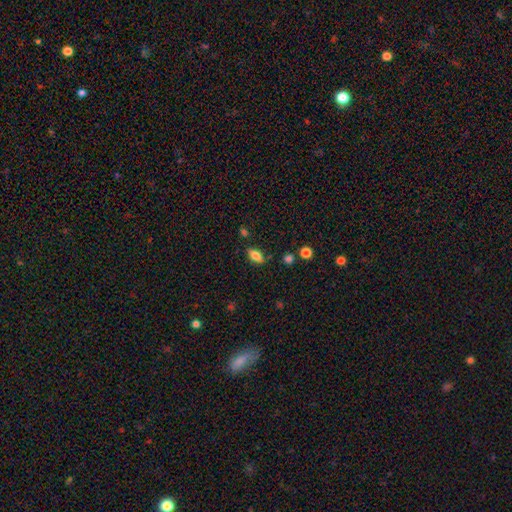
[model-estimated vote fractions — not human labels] Morphology: type=smooth (78%); roundness=in between (86%); merging=none (81%).